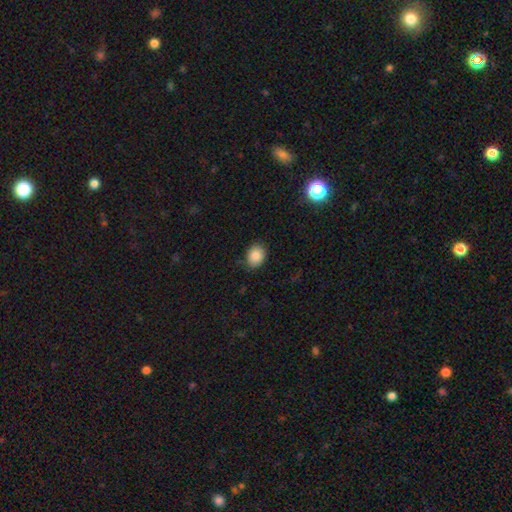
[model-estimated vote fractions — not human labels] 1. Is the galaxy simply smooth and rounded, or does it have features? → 87% smooth, 9% star or artifact, 4% featured or disk.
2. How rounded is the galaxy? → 57% in between, 42% round, 1% cigar-shaped.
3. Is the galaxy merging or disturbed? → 82% none, 14% minor disturbance, 3% major disturbance, 1% merger.